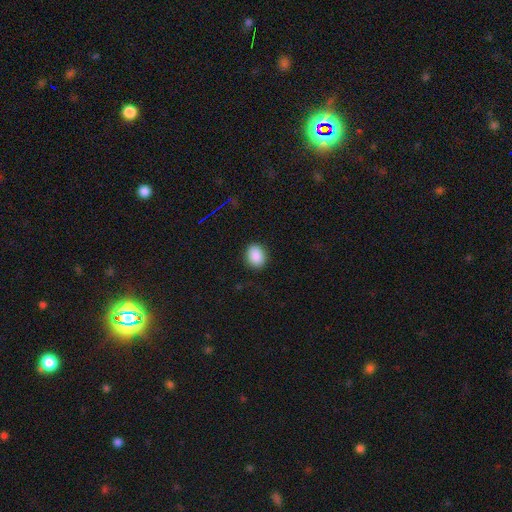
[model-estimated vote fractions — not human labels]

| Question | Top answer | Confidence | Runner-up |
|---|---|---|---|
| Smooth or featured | smooth | 89% | star or artifact (8%) |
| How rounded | in between | 62% | round (37%) |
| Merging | none | 88% | minor disturbance (9%) |